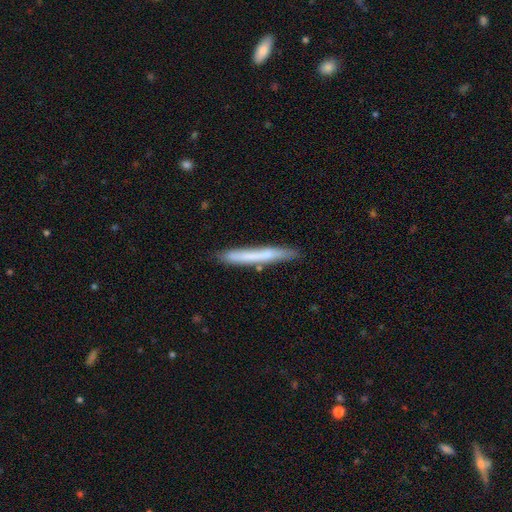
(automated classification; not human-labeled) Smooth or featured? Predicted: smooth (p=0.64). How rounded? Predicted: cigar-shaped (p=0.96). Merging? Predicted: none (p=0.83).